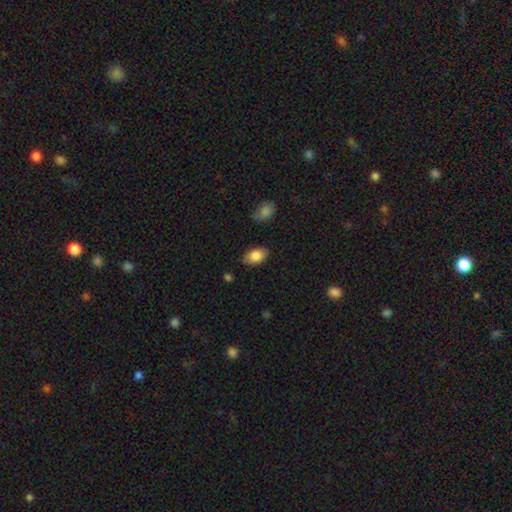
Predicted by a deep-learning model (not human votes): Smooth or featured? Predicted: smooth (p=0.84). How rounded? Predicted: in between (p=0.91). Merging? Predicted: none (p=0.82).